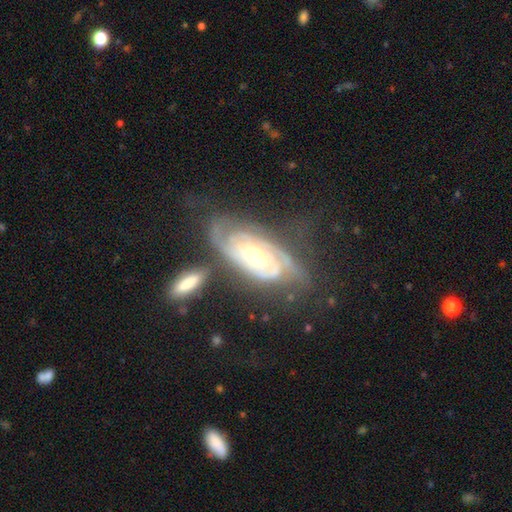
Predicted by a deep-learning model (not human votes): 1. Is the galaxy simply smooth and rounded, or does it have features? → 87% featured or disk, 8% smooth, 5% star or artifact.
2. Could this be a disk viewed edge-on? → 93% no, 7% yes.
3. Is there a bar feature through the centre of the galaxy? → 61% no, 28% weak, 11% strong.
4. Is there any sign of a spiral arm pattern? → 94% yes, 6% no.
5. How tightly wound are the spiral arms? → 69% tight, 25% medium, 6% loose.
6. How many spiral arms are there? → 52% 2, 25% can't tell, 13% 3, 4% 1, 4% 4, 3% more than 4.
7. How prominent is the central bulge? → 67% moderate, 26% small, 5% large, 1% none, 1% dominant.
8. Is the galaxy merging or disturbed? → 61% none, 19% minor disturbance, 10% major disturbance, 10% merger.